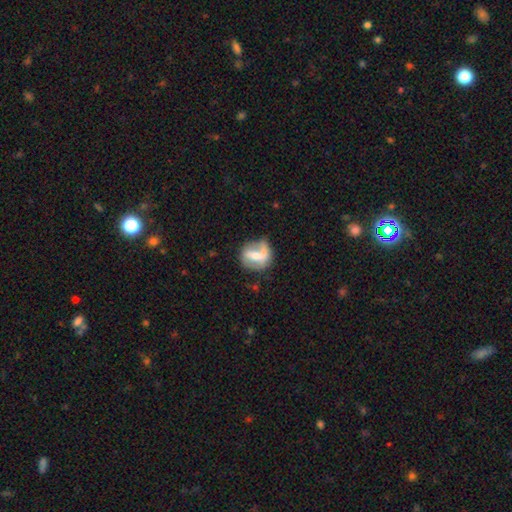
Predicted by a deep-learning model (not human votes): featured or disk 60%, smooth 34%, star or artifact 7%. Down the decision tree: edge-on disk — no (95%); bar — strong (39%); spiral arms — yes (63%); bulge size — moderate (52%); merging — none (54%).